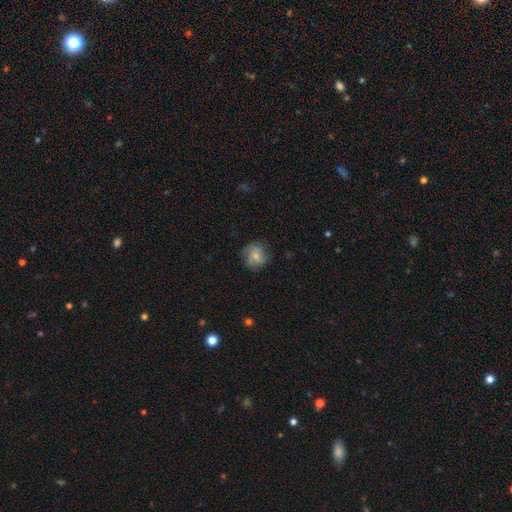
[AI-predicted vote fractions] Smooth or featured? Predicted: featured or disk (p=0.47). Merging? Predicted: none (p=0.73).